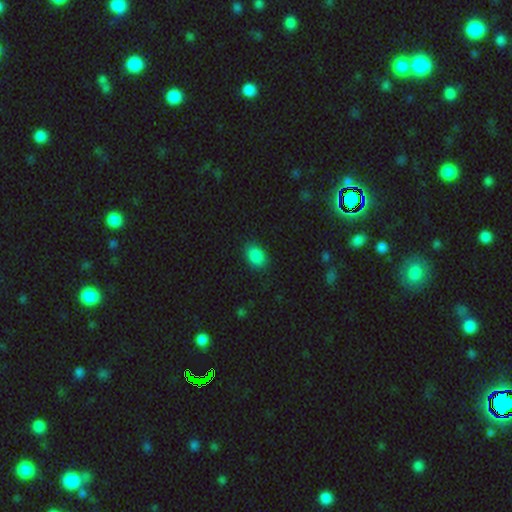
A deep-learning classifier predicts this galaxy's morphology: smooth_or_featured: smooth (p=0.87) [alt: star or artifact p=0.09]
how_rounded: in between (p=0.75) [alt: round p=0.24]
merging: none (p=0.86) [alt: minor disturbance p=0.10]